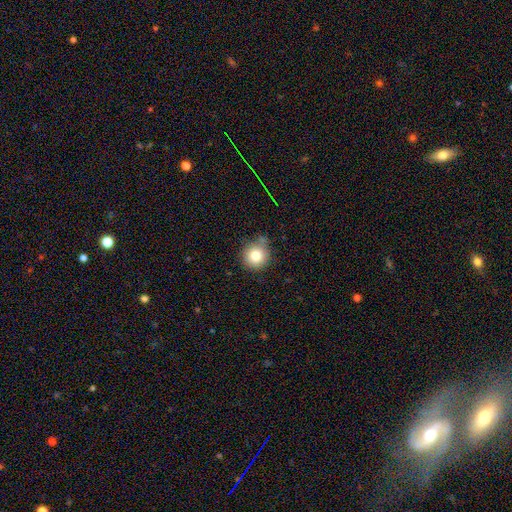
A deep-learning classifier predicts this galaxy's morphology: This appears to be a smooth galaxy with no disk features (81%) that is round (92%). Merging: none (72%).